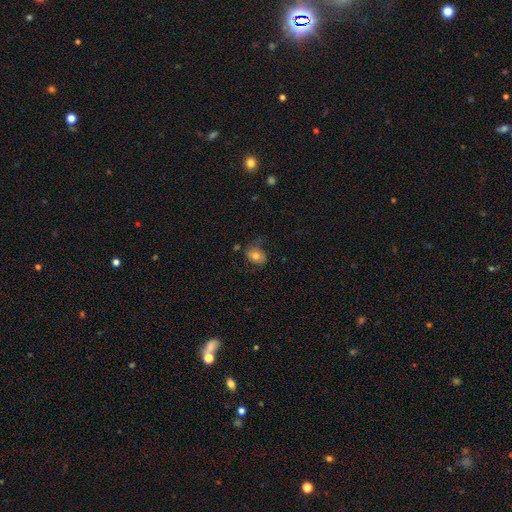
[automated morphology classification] Smooth or featured? Predicted: smooth (p=0.74). How rounded? Predicted: in between (p=0.51). Merging? Predicted: none (p=0.61).